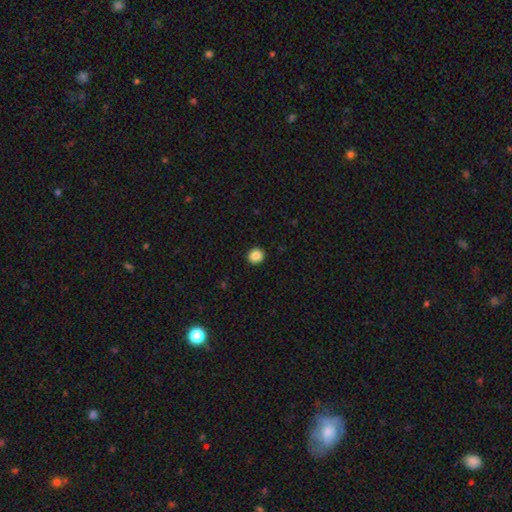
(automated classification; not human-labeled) A smooth galaxy with no disk features (86%) that is round (91%).

Vote fractions:
- Smooth or featured? smooth: 86% / star or artifact: 10% / featured or disk: 4%
- How rounded? round: 91% / in between: 8% / cigar-shaped: 1%
- Merging? none: 93% / minor disturbance: 4% / major disturbance: 1% / merger: 1%